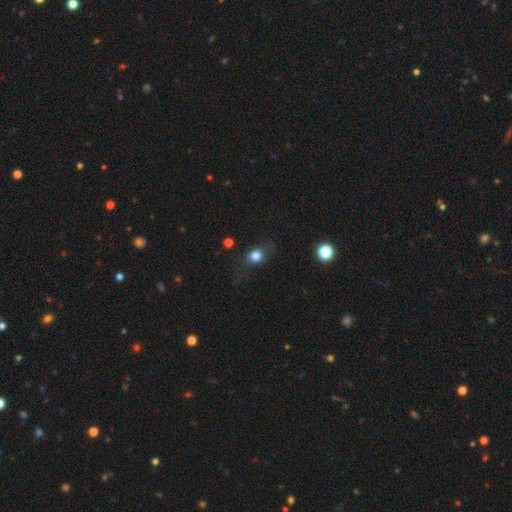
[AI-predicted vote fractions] smooth_or_featured: smooth (p=0.77) [alt: star or artifact p=0.13]
how_rounded: round (p=0.65) [alt: in between p=0.32]
merging: none (p=0.71) [alt: minor disturbance p=0.18]